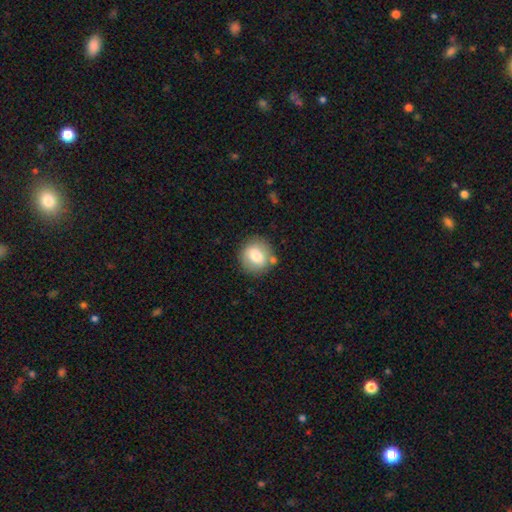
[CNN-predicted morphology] smooth_or_featured: smooth (p=0.70) [alt: featured or disk p=0.21]
how_rounded: round (p=0.83) [alt: in between p=0.16]
merging: none (p=0.77) [alt: minor disturbance p=0.12]